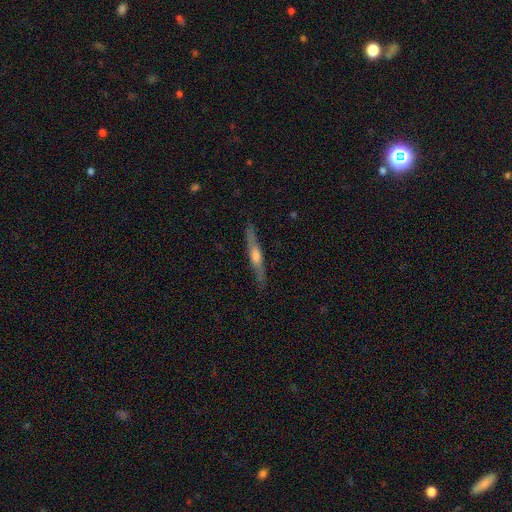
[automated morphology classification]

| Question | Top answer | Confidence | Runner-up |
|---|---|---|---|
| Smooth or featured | featured or disk | 60% | smooth (35%) |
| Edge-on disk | yes | 93% | no (7%) |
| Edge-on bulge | rounded | 77% | none (14%) |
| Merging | none | 86% | minor disturbance (11%) |